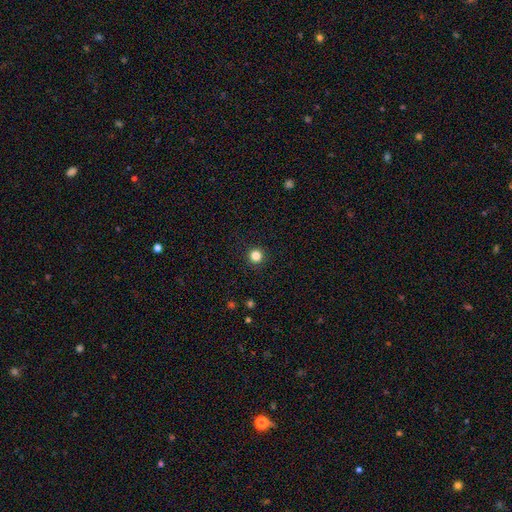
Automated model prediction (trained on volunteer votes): Q: Smooth or featured?
A: smooth (84%); runner-up: star or artifact (12%)
Q: How rounded?
A: round (96%); runner-up: in between (3%)
Q: Merging?
A: none (93%); runner-up: minor disturbance (4%)